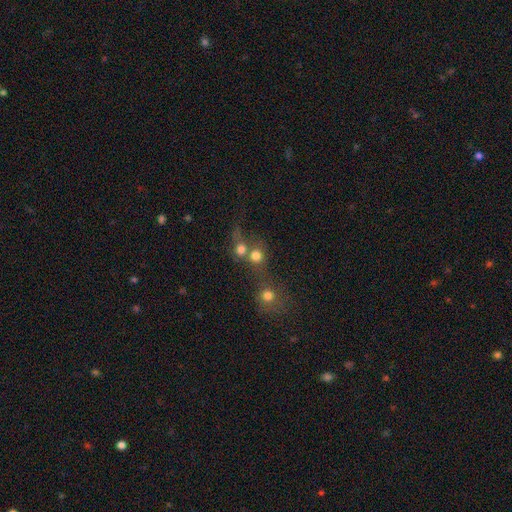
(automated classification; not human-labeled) smooth_or_featured: smooth (p=0.76) [alt: star or artifact p=0.14]
how_rounded: round (p=0.86) [alt: in between p=0.13]
merging: merger (p=0.47) [alt: none p=0.40]